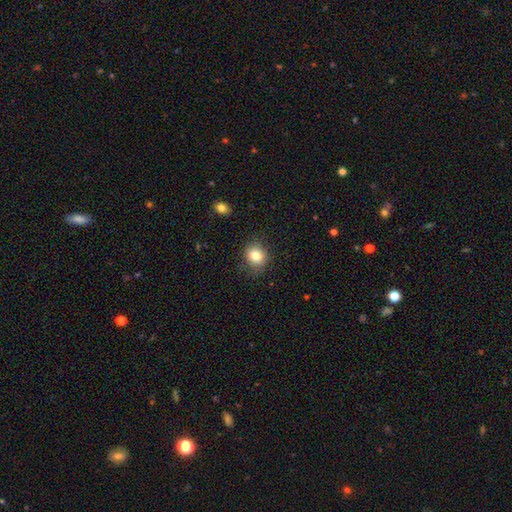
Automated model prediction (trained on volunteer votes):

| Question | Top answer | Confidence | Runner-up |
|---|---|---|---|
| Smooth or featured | smooth | 80% | star or artifact (11%) |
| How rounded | round | 75% | in between (24%) |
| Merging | none | 84% | minor disturbance (12%) |